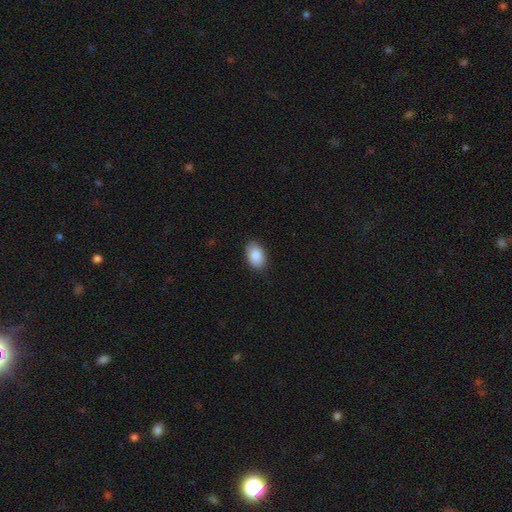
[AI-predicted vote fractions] Smooth or featured? smooth (88%)
How rounded? in between (90%)
Merging? none (86%)